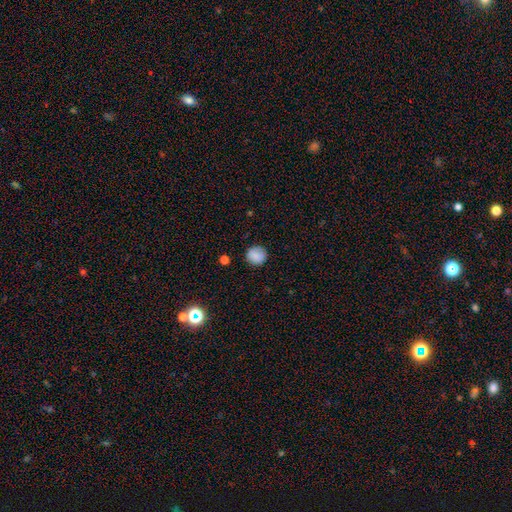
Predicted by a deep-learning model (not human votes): The model was most divided on "merging": none: 86%, minor disturbance: 10%, major disturbance: 3%, merger: 1%. More confident: how rounded — round (89%); smooth or featured — smooth (86%).